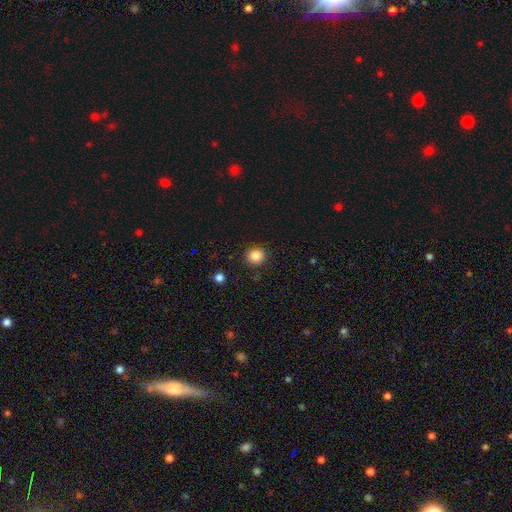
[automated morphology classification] This appears to be a smooth galaxy with no disk features (84%) that is round (87%). Merging: none (90%).